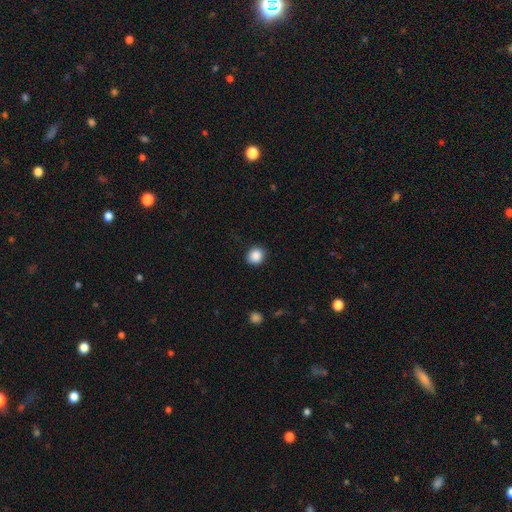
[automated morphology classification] A smooth galaxy with no disk features (88%) that is round (79%). Merging: none (89%).